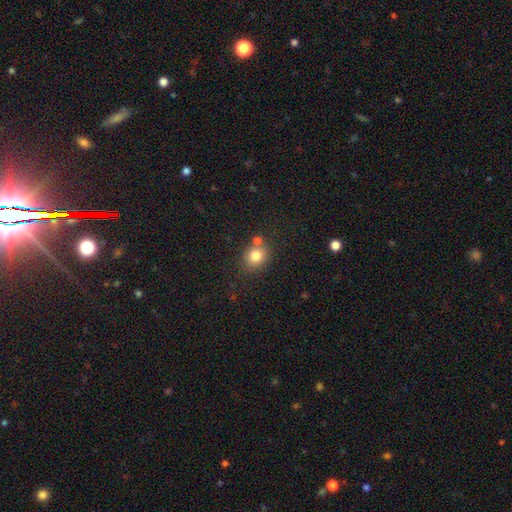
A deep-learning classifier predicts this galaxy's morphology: smooth-or-featured: smooth: 80% | star or artifact: 11% | featured or disk: 9%
  how-rounded: round: 65% | in between: 34% | cigar-shaped: 1%
  merging: none: 66% | merger: 18% | minor disturbance: 12% | major disturbance: 4%